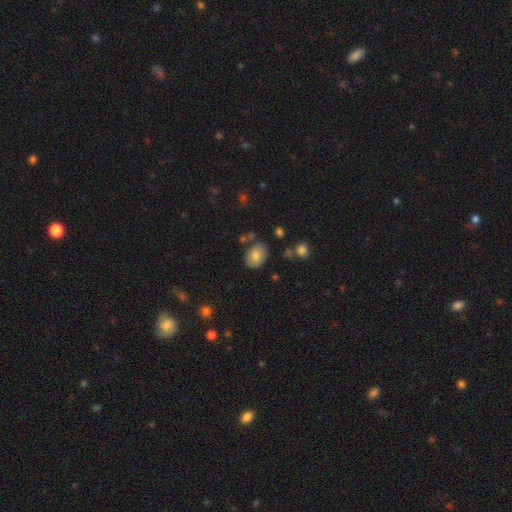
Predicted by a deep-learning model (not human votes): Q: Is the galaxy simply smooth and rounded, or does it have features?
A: smooth — 80%.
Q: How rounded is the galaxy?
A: in between — 65%.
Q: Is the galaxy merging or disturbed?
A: none — 74%.